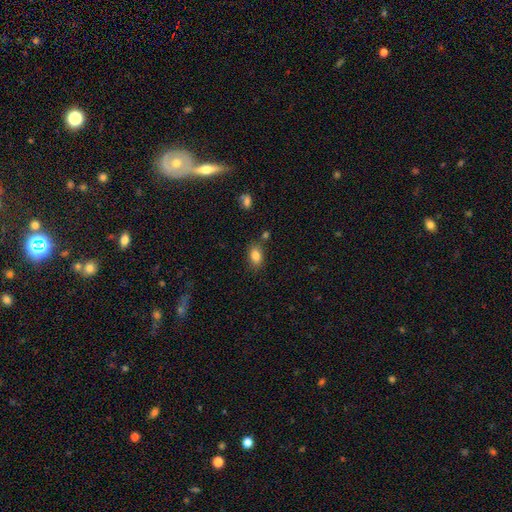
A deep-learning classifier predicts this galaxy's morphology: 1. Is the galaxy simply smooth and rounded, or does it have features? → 84% smooth, 9% star or artifact, 7% featured or disk.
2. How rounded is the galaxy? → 83% in between, 15% round, 2% cigar-shaped.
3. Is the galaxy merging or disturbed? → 79% none, 13% minor disturbance, 5% merger, 3% major disturbance.